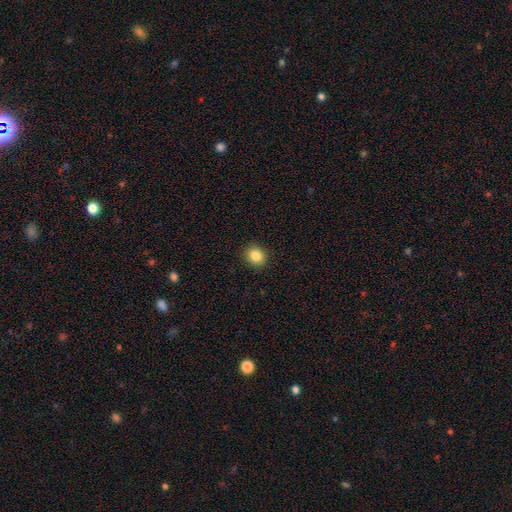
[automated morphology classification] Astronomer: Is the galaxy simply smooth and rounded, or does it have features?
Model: smooth — 85%.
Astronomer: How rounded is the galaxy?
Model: round — 74%.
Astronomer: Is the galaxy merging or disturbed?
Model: none — 91%.